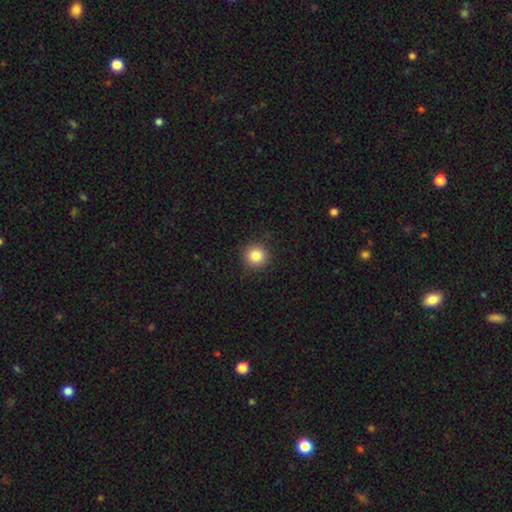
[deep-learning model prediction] smooth 84%, star or artifact 11%, featured or disk 5%. Down the decision tree: how rounded — round (94%); merging — none (91%).